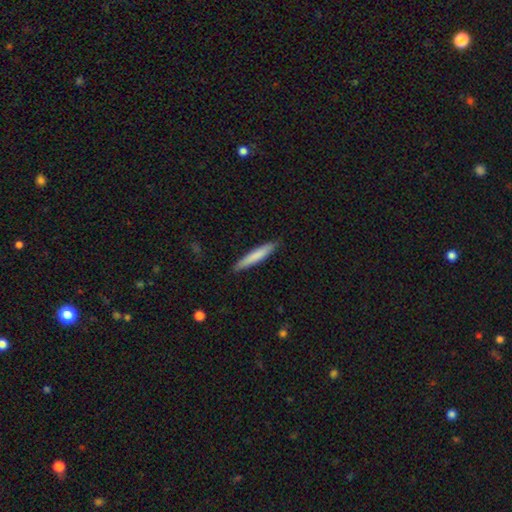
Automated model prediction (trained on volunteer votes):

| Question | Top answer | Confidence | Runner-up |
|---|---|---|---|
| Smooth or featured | smooth | 77% | featured or disk (18%) |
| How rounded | cigar-shaped | 93% | in between (6%) |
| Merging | none | 88% | minor disturbance (9%) |